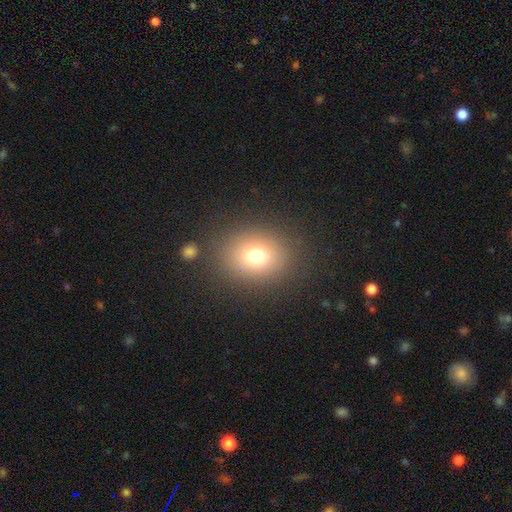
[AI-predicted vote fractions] Smooth or featured? Predicted: smooth (p=0.74). How rounded? Predicted: round (p=0.58). Merging? Predicted: none (p=0.84).